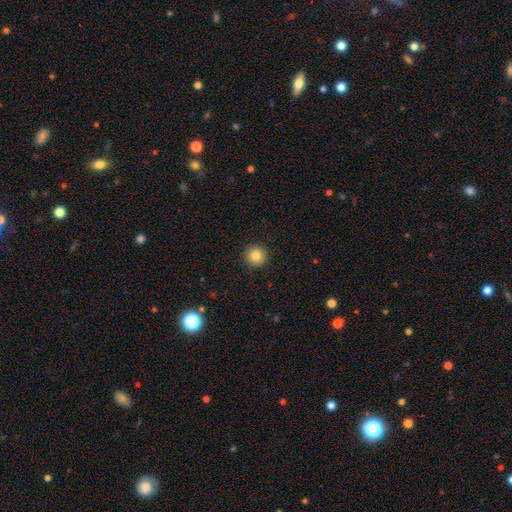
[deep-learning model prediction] Overall: smooth (85%). How rounded: round (95%). Merging: none (92%).